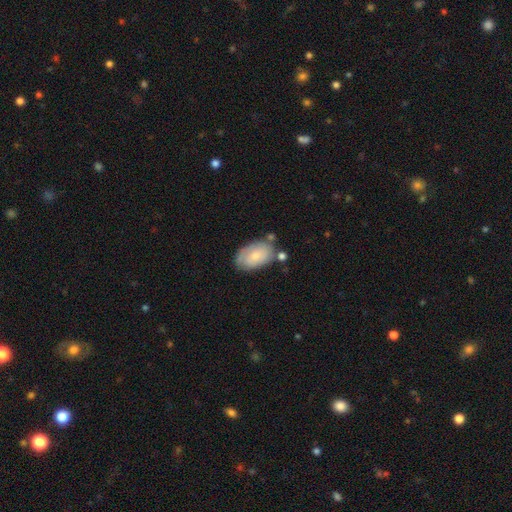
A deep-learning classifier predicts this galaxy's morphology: A smooth galaxy with no disk features (65%) that is in between round and cigar-shaped (92%).

Vote fractions:
- Smooth or featured? smooth: 65% / featured or disk: 29% / star or artifact: 6%
- How rounded? in between: 92% / round: 7% / cigar-shaped: 2%
- Merging? none: 61% / minor disturbance: 23% / merger: 10% / major disturbance: 6%